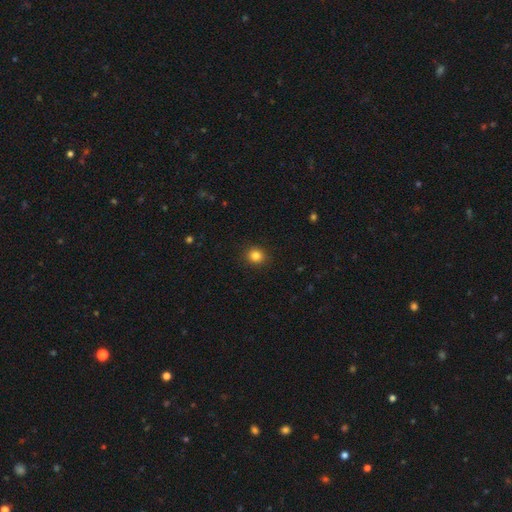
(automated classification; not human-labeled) This appears to be a smooth galaxy with no disk features (84%) that is round (86%). Merging: none (91%).